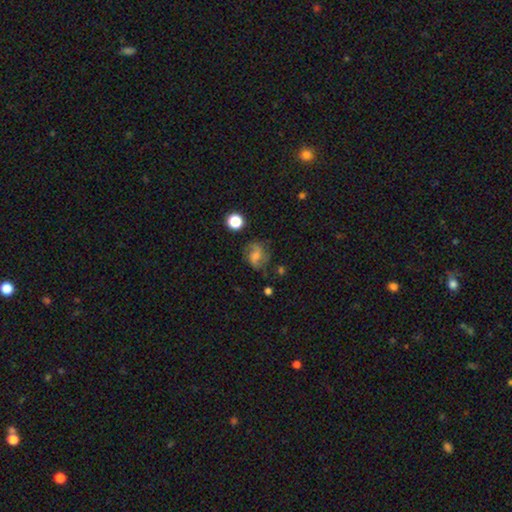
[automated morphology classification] This is possibly a smooth galaxy (50%). How rounded: possibly round (55%). Merging: likely none (61%).